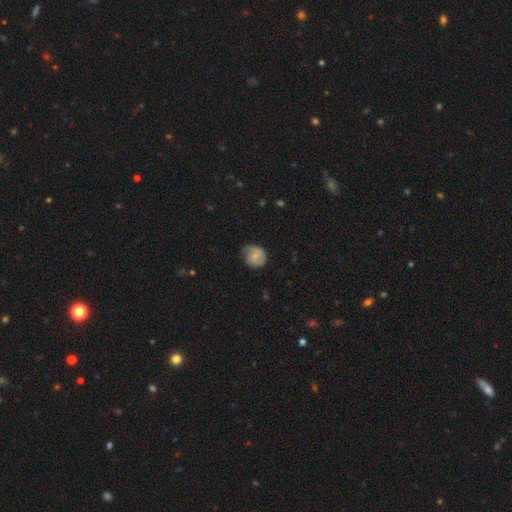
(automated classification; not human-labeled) Q: Smooth or featured?
A: smooth (60%); runner-up: featured or disk (33%)
Q: How rounded?
A: round (70%); runner-up: in between (29%)
Q: Merging?
A: none (52%); runner-up: minor disturbance (33%)